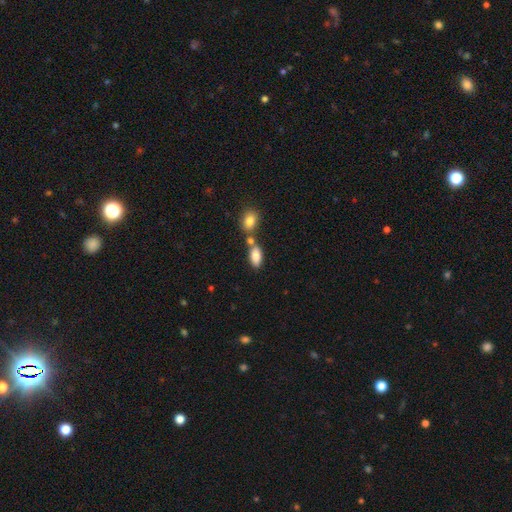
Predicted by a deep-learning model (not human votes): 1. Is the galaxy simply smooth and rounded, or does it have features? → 85% smooth, 8% star or artifact, 7% featured or disk.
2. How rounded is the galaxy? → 90% in between, 5% cigar-shaped, 5% round.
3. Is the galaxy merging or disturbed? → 51% none, 34% merger, 12% minor disturbance, 4% major disturbance.